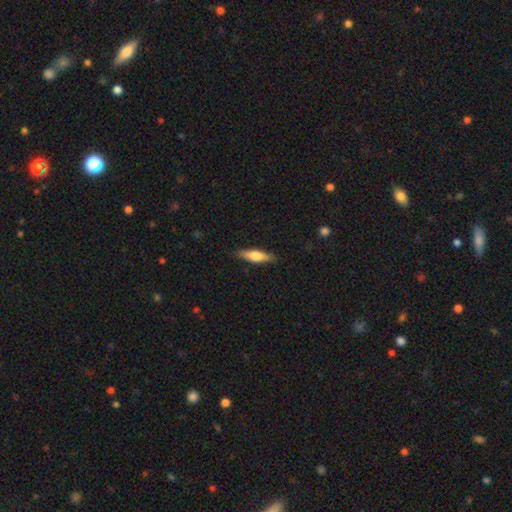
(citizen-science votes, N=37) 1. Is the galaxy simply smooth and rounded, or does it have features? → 68% smooth, 27% featured or disk, 5% star or artifact.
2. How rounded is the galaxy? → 52% in between, 44% cigar-shaped, 4% round.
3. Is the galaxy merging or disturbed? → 71% none, 20% minor disturbance, 9% major disturbance, 0% merger.